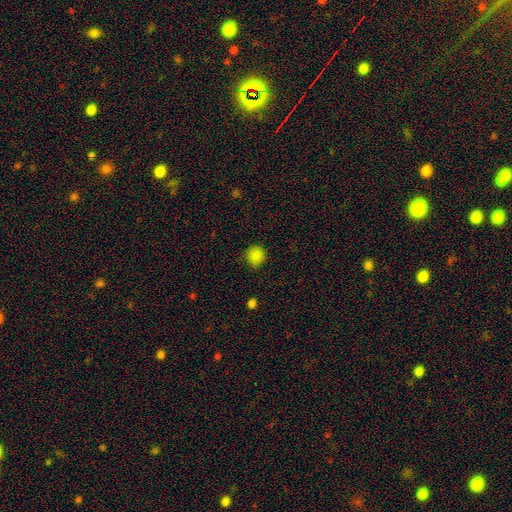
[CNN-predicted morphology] Smooth or featured? Predicted: smooth (p=0.86). How rounded? Predicted: round (p=0.88). Merging? Predicted: none (p=0.87).